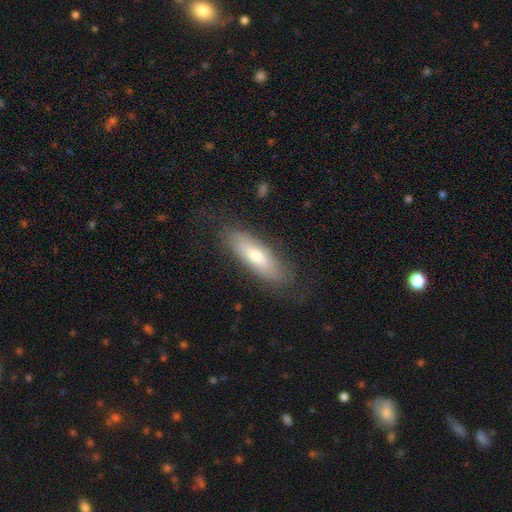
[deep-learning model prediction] This appears to be a smooth galaxy with no disk features (56%) that is in between round and cigar-shaped (55%). Merging: none (75%).